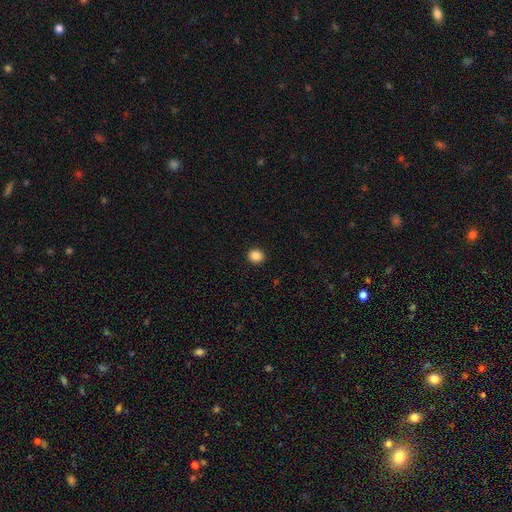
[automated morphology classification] type=smooth (87%); roundness=round (84%); merging=none (93%).